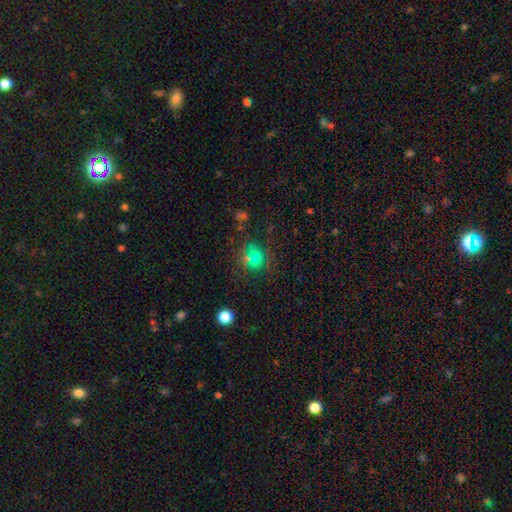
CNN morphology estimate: Q: Smooth or featured?
A: smooth (55%); runner-up: star or artifact (29%)
Q: How rounded?
A: round (78%); runner-up: in between (20%)
Q: Merging?
A: none (59%); runner-up: merger (15%)